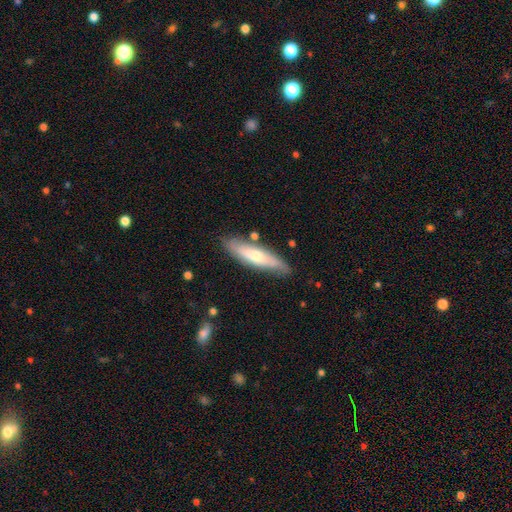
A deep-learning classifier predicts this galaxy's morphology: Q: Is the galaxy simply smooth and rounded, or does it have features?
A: smooth — 49%.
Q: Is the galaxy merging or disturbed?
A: none — 78%.